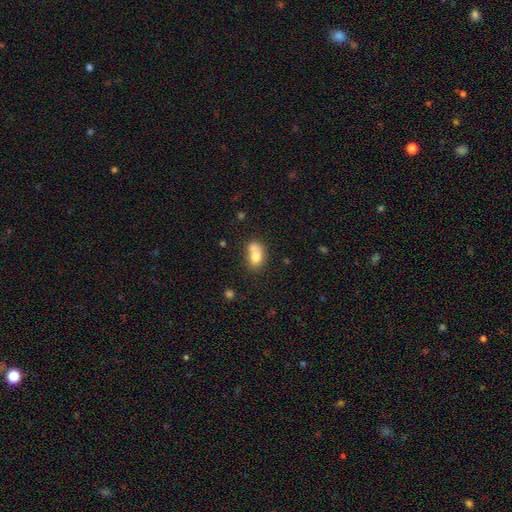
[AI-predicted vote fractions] This is likely a smooth galaxy (74%). How rounded: likely in between (66%). Merging: possibly merger (48%).